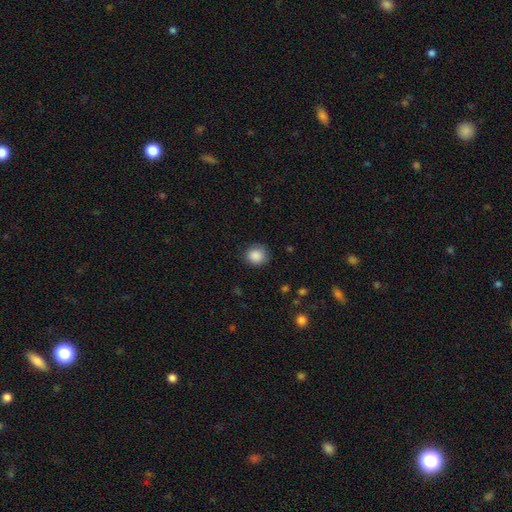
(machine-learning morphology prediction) Smooth or featured? Predicted: smooth (p=0.88). How rounded? Predicted: round (p=0.86). Merging? Predicted: none (p=0.83).